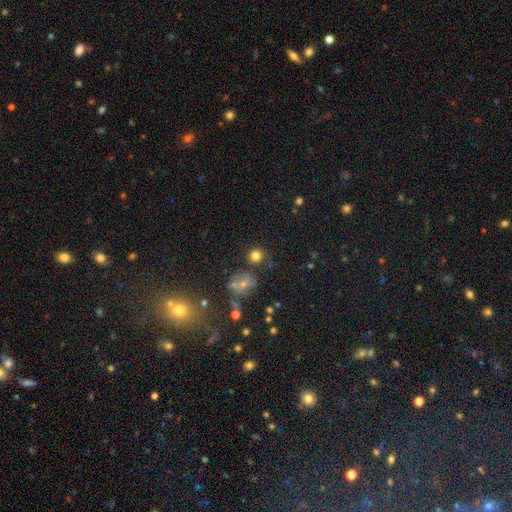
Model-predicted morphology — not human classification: Q: Smooth or featured?
A: smooth (79%); runner-up: star or artifact (14%)
Q: How rounded?
A: round (89%); runner-up: in between (10%)
Q: Merging?
A: none (79%); runner-up: minor disturbance (10%)